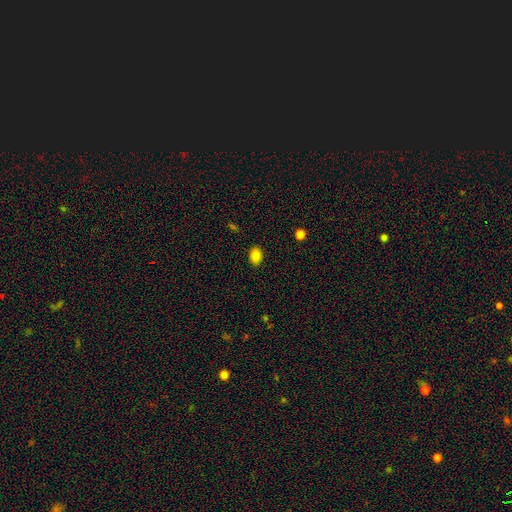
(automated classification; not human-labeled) Morphology: type=smooth (86%); roundness=in between (80%); merging=none (88%).